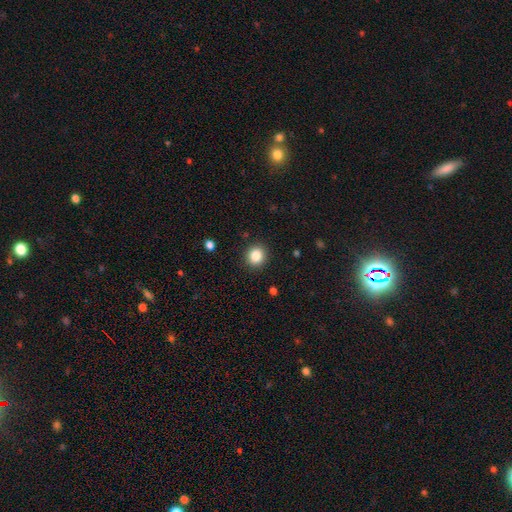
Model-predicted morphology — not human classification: Smooth or featured? Predicted: smooth (p=0.85). How rounded? Predicted: round (p=0.86). Merging? Predicted: none (p=0.90).